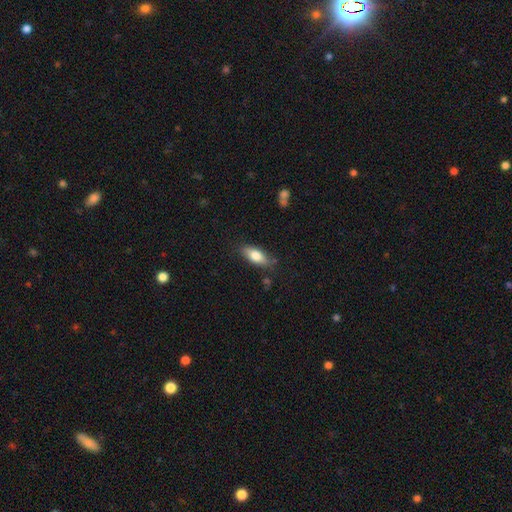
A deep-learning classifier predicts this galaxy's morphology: smooth_or_featured: smooth (p=0.77) [alt: featured or disk p=0.16]
how_rounded: in between (p=0.78) [alt: cigar-shaped p=0.20]
merging: none (p=0.80) [alt: minor disturbance p=0.15]